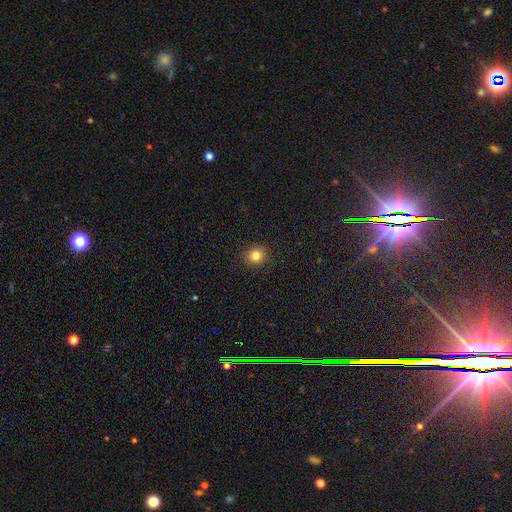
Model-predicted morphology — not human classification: Overall: smooth (82%). How rounded: round (88%). Merging: none (90%).